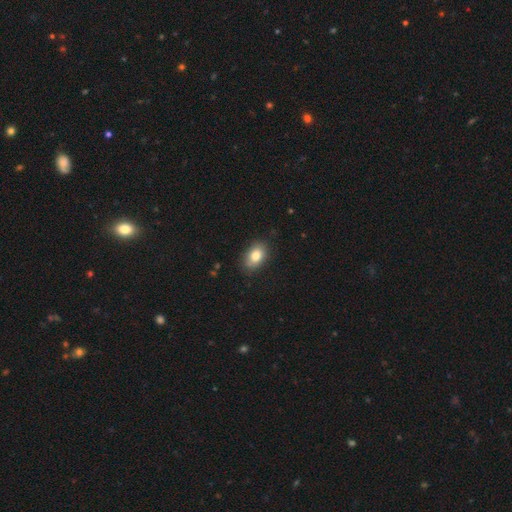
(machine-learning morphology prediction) Smooth or featured? smooth (81%)
How rounded? in between (84%)
Merging? none (82%)